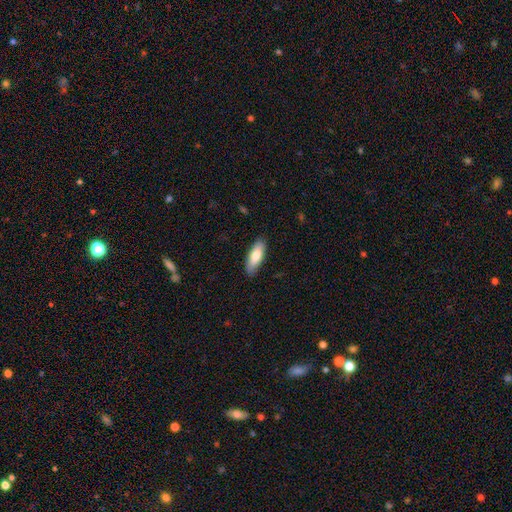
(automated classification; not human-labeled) Overall: smooth (78%). How rounded: in between (66%; cigar-shaped 33%). Merging: none (87%).